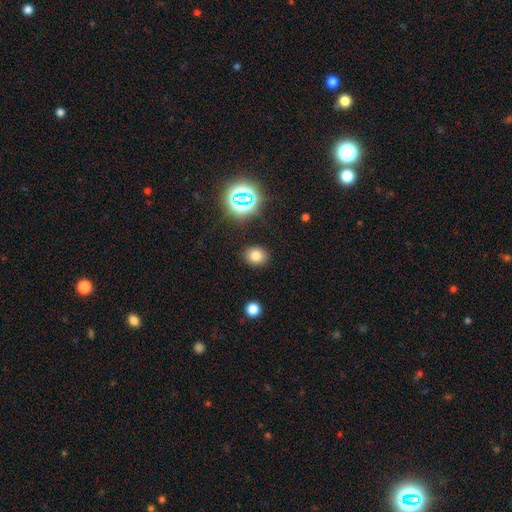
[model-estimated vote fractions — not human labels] Smooth or featured: smooth — 76% (star or artifact — 17%)
How rounded: round — 64% (in between — 35%)
Merging: none — 88% (minor disturbance — 8%)